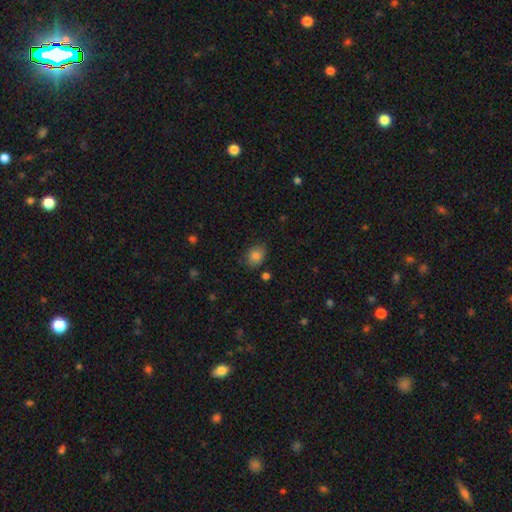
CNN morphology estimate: smooth-or-featured: smooth: 83% | star or artifact: 10% | featured or disk: 7%
  how-rounded: in between: 57% | round: 42% | cigar-shaped: 1%
  merging: none: 77% | minor disturbance: 17% | major disturbance: 3% | merger: 2%